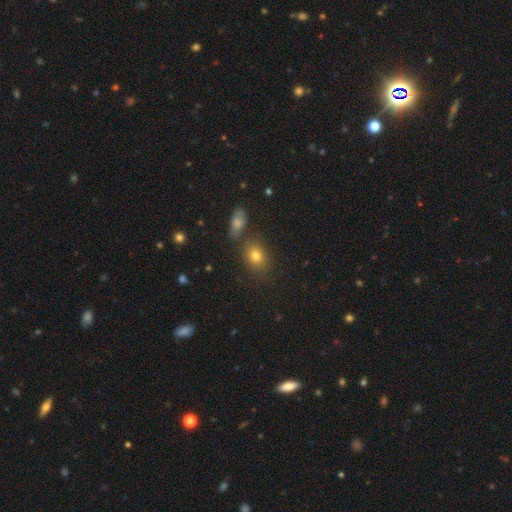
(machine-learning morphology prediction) The model was most divided on "how rounded": in between: 59%, round: 39%, cigar-shaped: 1%. More confident: smooth or featured — smooth (75%); merging — none (71%).